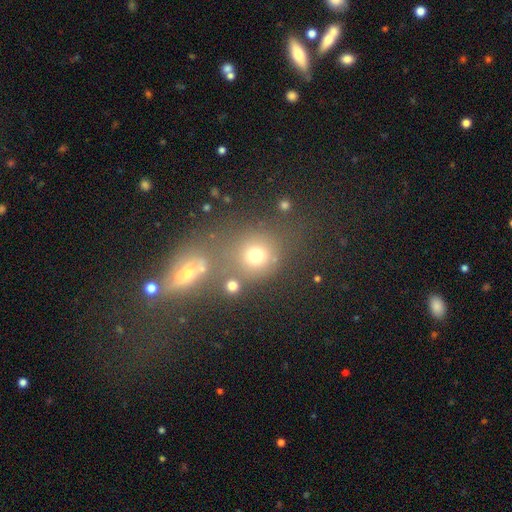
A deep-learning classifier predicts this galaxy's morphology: This appears to be a smooth galaxy with no disk features (71%) that is round (79%). Merging: none (58%).